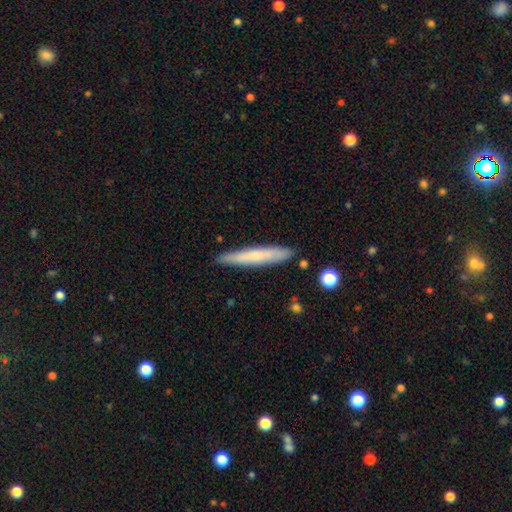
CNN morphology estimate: Smooth or featured: smooth — 62% (featured or disk — 32%)
How rounded: cigar-shaped — 94% (in between — 5%)
Merging: none — 88% (minor disturbance — 9%)